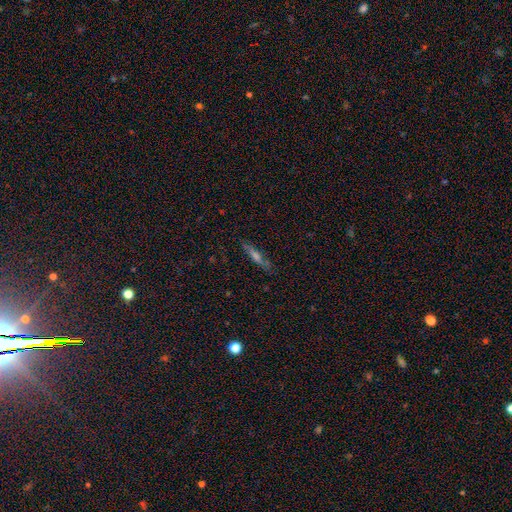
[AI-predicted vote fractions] smooth_or_featured: featured or disk (p=0.49) [alt: smooth p=0.40]
merging: none (p=0.84) [alt: minor disturbance p=0.11]